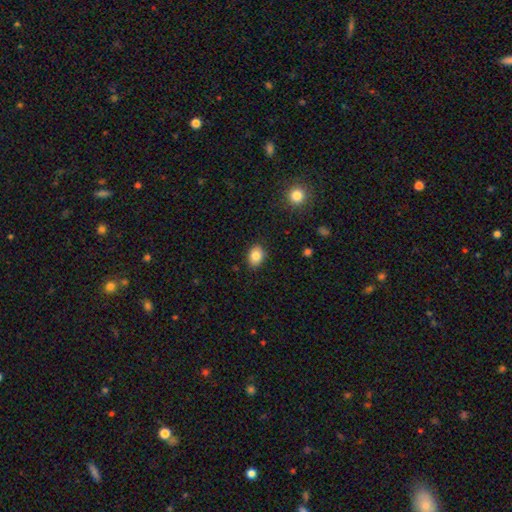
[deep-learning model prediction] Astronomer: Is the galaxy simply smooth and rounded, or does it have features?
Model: smooth — 85%.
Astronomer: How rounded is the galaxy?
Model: in between — 74%.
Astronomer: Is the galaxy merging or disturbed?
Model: none — 87%.